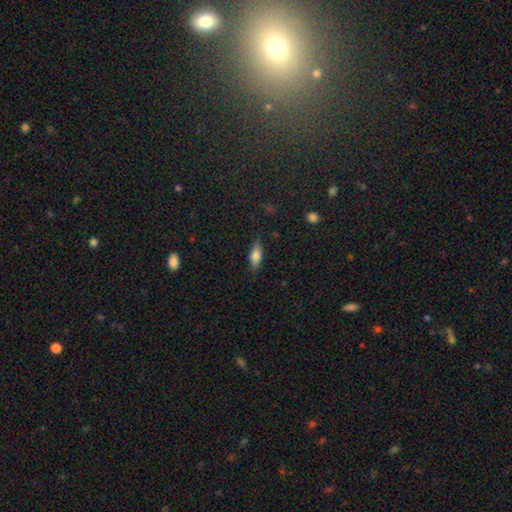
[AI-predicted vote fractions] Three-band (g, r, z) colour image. It shows a smooth galaxy with no disk features (81%) that is in between round and cigar-shaped (76%). Merging: none (83%).